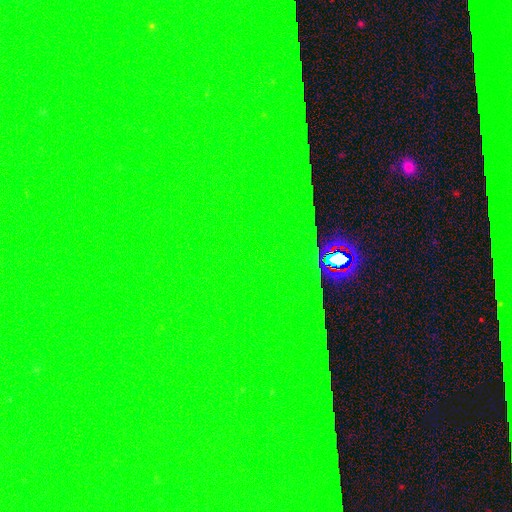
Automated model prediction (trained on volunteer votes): smooth-or-featured: star or artifact: 85% | featured or disk: 8% | smooth: 7%